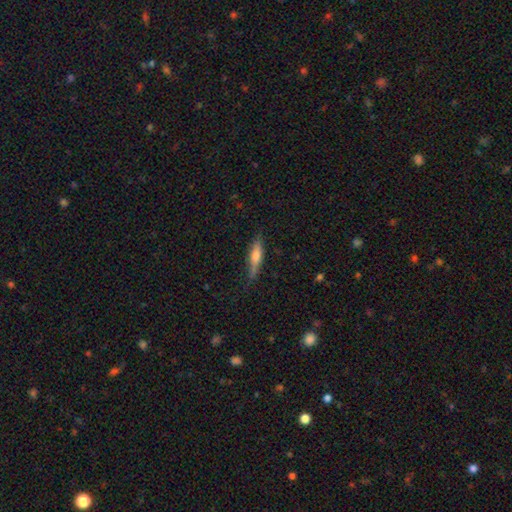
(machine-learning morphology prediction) This appears to be a smooth galaxy with no disk features (51%) that is cigar-shaped (76%). Merging: none (79%).